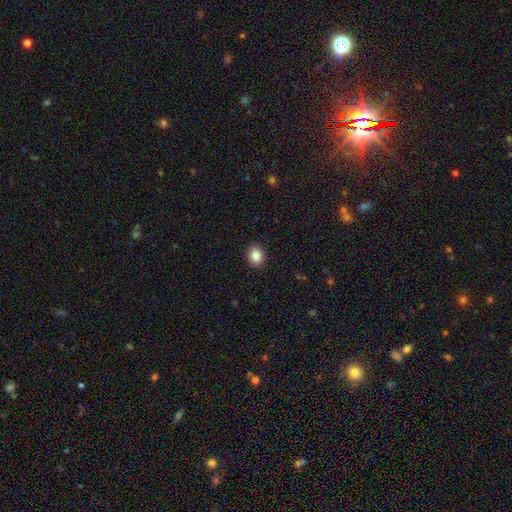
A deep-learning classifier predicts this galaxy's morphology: Overall: smooth (86%). How rounded: round (52%; in between 47%). Merging: none (90%).